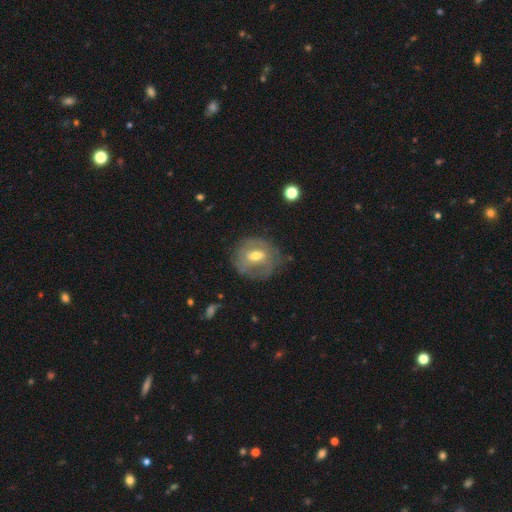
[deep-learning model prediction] Smooth or featured: featured or disk — 63% (smooth — 29%)
Edge-on disk: no — 95% (yes — 5%)
Bar: weak — 51% (no — 30%)
Spiral arms: yes — 65% (no — 35%)
Bulge size: moderate — 68% (small — 25%)
Merging: none — 65% (minor disturbance — 23%)